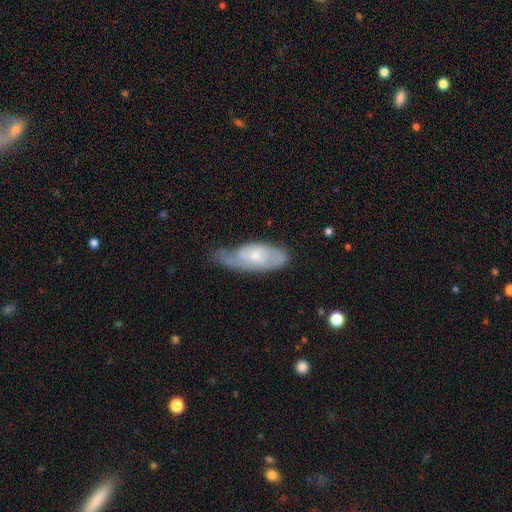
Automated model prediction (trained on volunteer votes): Smooth or featured: featured or disk — 53% (smooth — 41%)
Edge-on disk: no — 86% (yes — 14%)
Merging: minor disturbance — 41% (none — 38%)